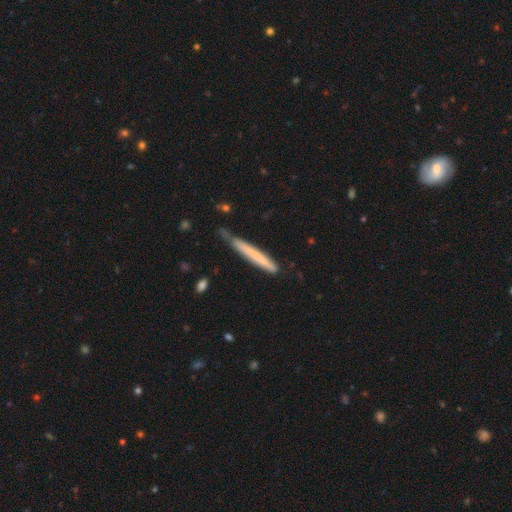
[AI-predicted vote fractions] Overall: smooth (62%; featured or disk 33%). How rounded: cigar-shaped (96%). Merging: none (65%; minor disturbance 28%).